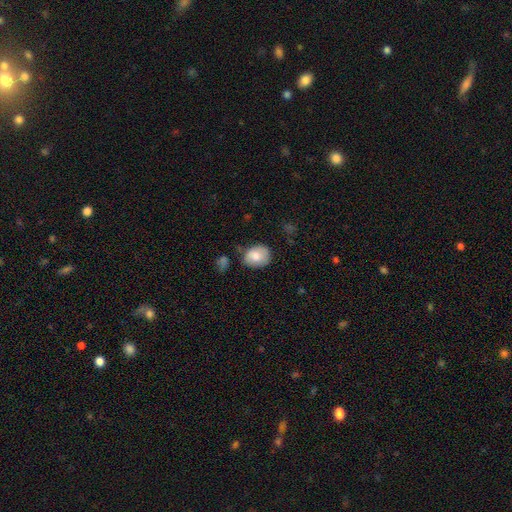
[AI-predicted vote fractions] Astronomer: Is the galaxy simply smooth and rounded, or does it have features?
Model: smooth — 78%.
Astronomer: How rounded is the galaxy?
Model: in between — 50% (runner-up: round, 49%).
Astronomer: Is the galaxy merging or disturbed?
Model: none — 65%.